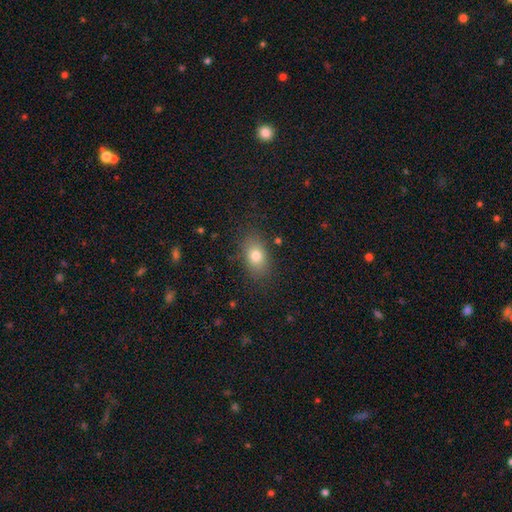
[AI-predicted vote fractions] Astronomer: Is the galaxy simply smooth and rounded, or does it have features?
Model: smooth — 79%.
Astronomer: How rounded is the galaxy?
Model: in between — 82%.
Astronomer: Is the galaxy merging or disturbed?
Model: none — 83%.